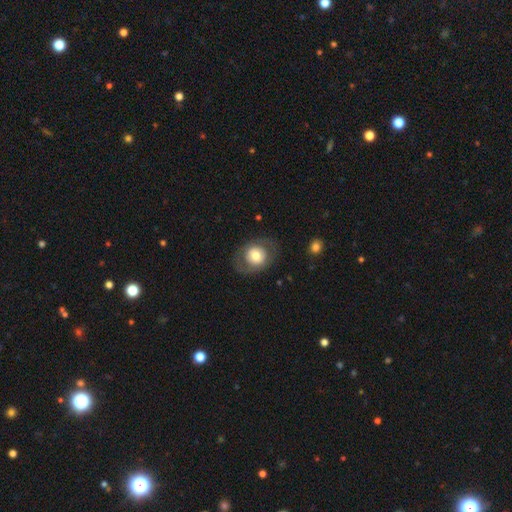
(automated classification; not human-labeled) smooth-or-featured: smooth: 60% | featured or disk: 33% | star or artifact: 7%
  how-rounded: round: 67% | in between: 33% | cigar-shaped: 1%
  merging: none: 77% | minor disturbance: 12% | major disturbance: 9% | merger: 1%